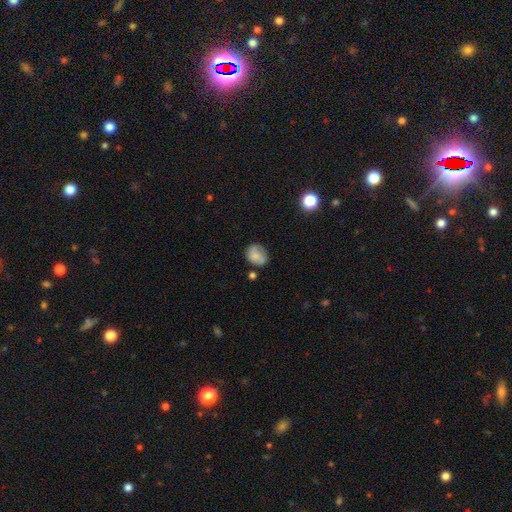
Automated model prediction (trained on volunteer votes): Smooth or featured? smooth (72%)
How rounded? round (58%)
Merging? none (58%)